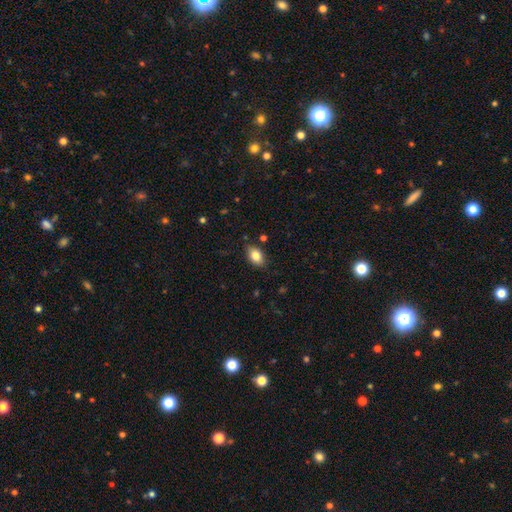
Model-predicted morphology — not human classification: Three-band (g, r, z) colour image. It shows a smooth galaxy with no disk features (82%) that is in between round and cigar-shaped (88%). Merging: none (85%).